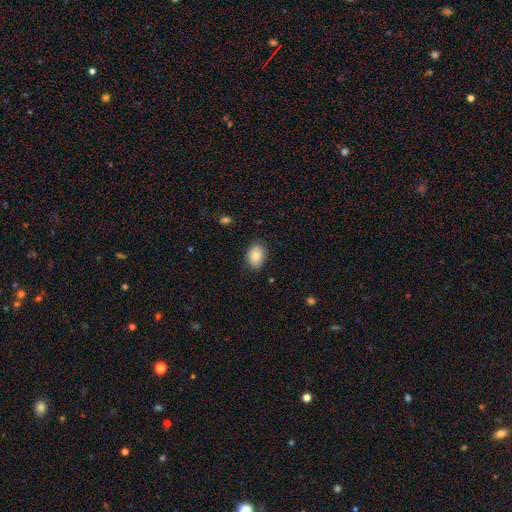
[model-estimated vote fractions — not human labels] Smooth or featured?
  - smooth: 82% *
  - featured or disk: 10%
  - star or artifact: 8%
How rounded?
  - in between: 73% *
  - round: 26%
  - cigar-shaped: 1%
Merging?
  - none: 83% *
  - minor disturbance: 13%
  - major disturbance: 3%
  - merger: 1%